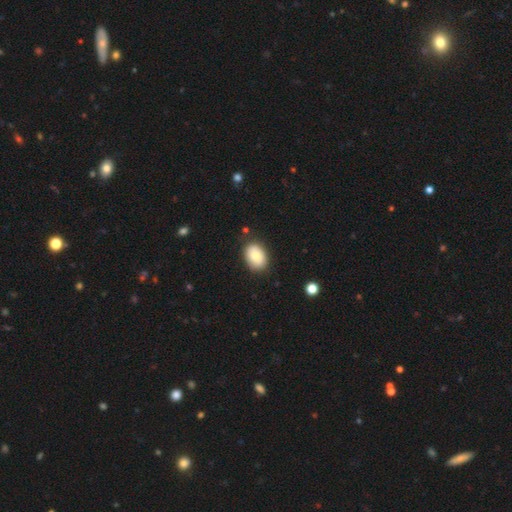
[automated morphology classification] Smooth or featured: smooth — 82% (featured or disk — 11%)
How rounded: in between — 80% (round — 19%)
Merging: none — 84% (minor disturbance — 12%)